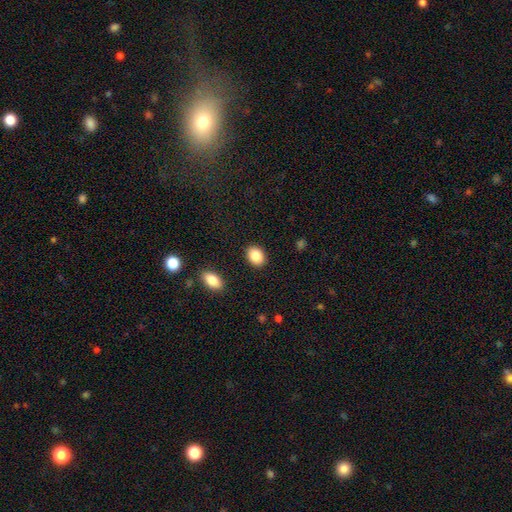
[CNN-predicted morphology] Overall: smooth (87%). How rounded: in between (70%). Merging: none (89%).